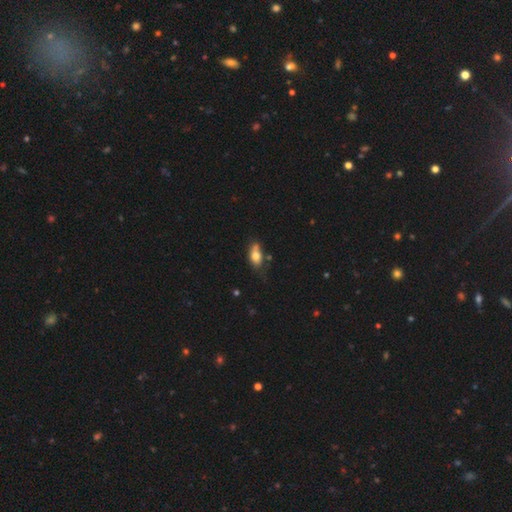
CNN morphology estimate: smooth 74%, featured or disk 18%, star or artifact 8%. Down the decision tree: how rounded — in between (85%); merging — none (52%).